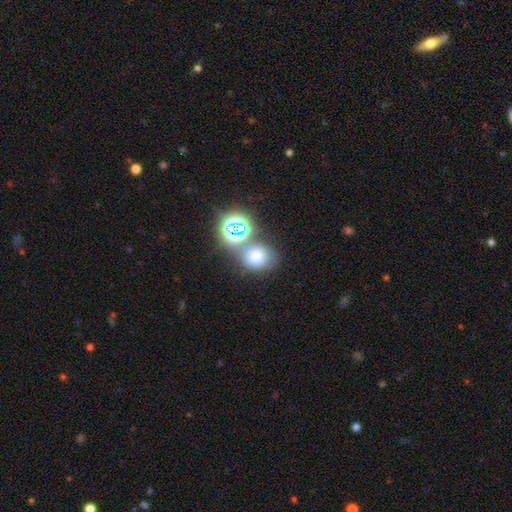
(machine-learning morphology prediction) Smooth or featured? smooth (57%)
How rounded? round (67%)
Merging? none (53%)